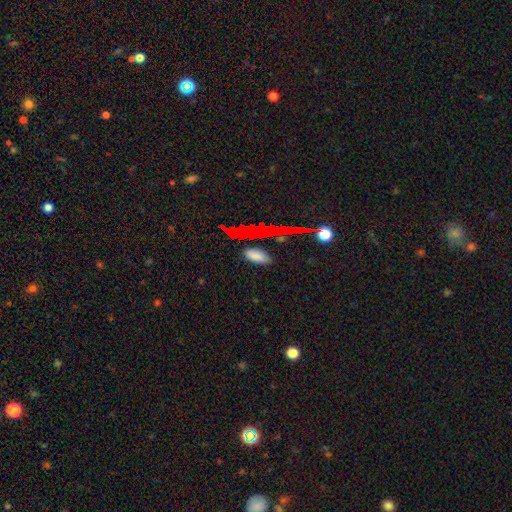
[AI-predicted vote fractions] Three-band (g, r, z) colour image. It shows a smooth galaxy with no disk features (75%) that is in between round and cigar-shaped (82%). Merging: none (78%).